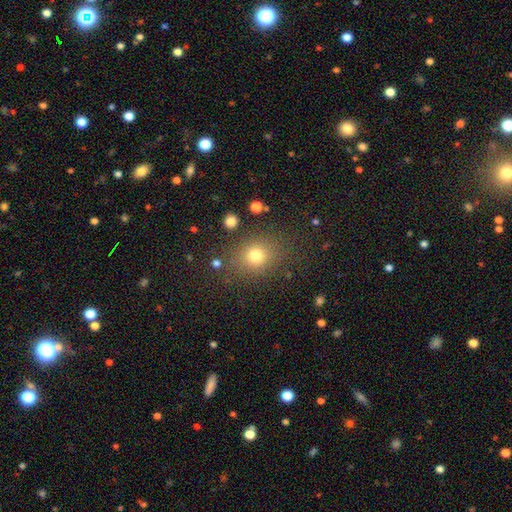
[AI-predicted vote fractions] This is likely a smooth galaxy (76%). How rounded: likely round (65%). Merging: likely none (79%).